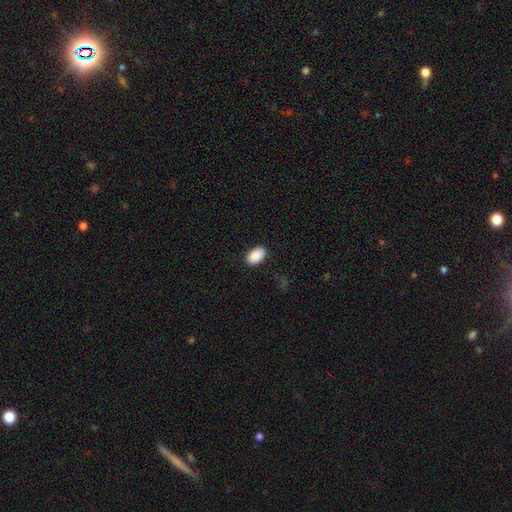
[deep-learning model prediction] This appears to be a smooth galaxy with no disk features (90%) that is in between round and cigar-shaped (92%). Merging: none (85%).